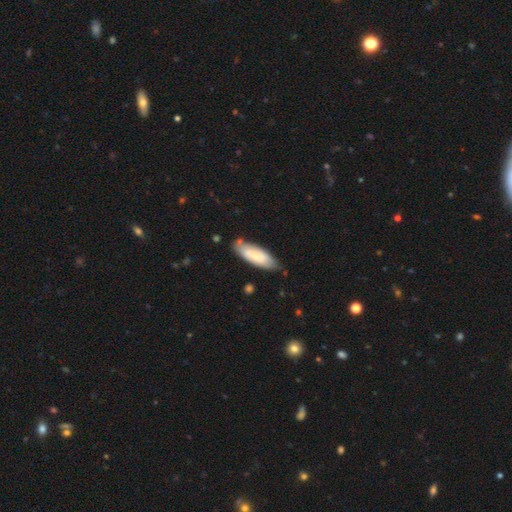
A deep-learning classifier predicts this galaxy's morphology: smooth 68%, featured or disk 27%, star or artifact 6%. Down the decision tree: how rounded — in between (64%); merging — none (72%).